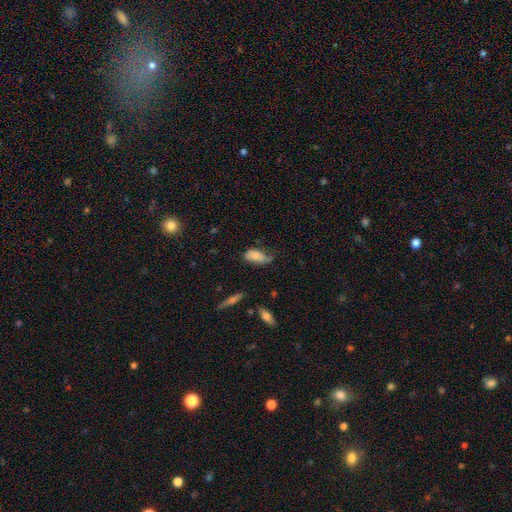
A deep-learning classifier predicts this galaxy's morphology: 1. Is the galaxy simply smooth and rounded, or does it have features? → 75% smooth, 17% featured or disk, 8% star or artifact.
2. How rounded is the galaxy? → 91% in between, 6% cigar-shaped, 3% round.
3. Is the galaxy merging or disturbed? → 40% minor disturbance, 39% none, 17% major disturbance, 5% merger.